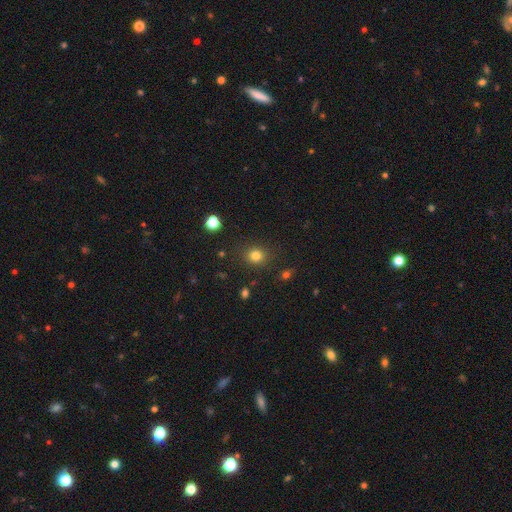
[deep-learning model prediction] Overall: smooth (80%). How rounded: round (78%). Merging: none (87%).